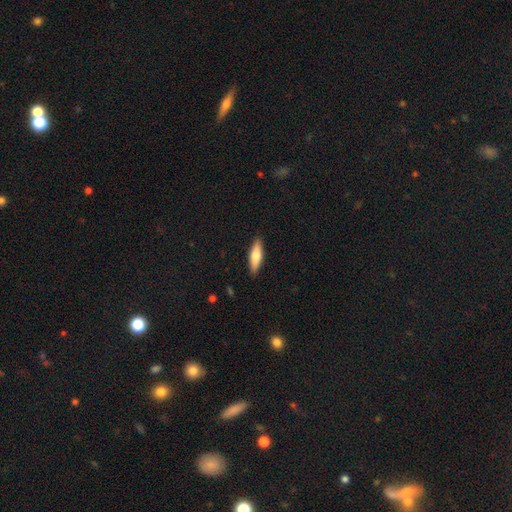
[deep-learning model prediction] This is likely a smooth galaxy (69%). How rounded: possibly cigar-shaped (58%). Merging: clearly none (90%).